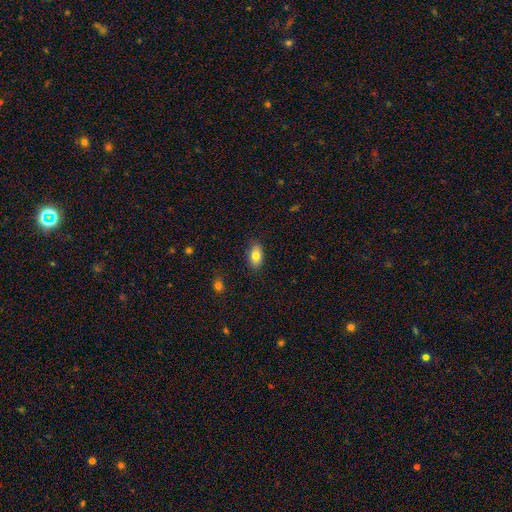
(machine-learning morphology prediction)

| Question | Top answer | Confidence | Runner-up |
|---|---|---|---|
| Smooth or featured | smooth | 82% | featured or disk (10%) |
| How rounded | in between | 90% | round (6%) |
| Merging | none | 85% | minor disturbance (11%) |